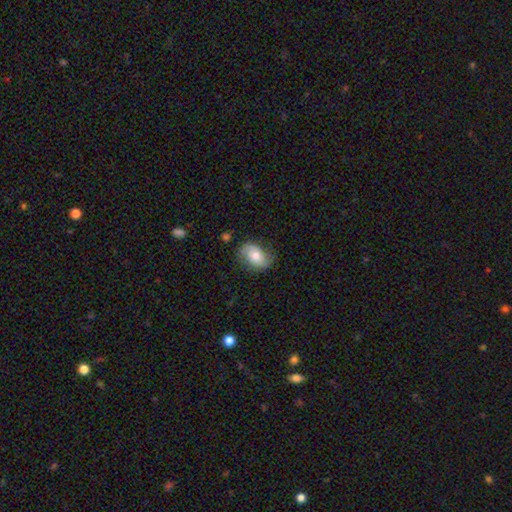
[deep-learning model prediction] Smooth or featured?
  - smooth: 58% *
  - featured or disk: 35%
  - star or artifact: 7%
How rounded?
  - in between: 82% *
  - round: 16%
  - cigar-shaped: 1%
Merging?
  - none: 66% *
  - minor disturbance: 23%
  - major disturbance: 9%
  - merger: 2%